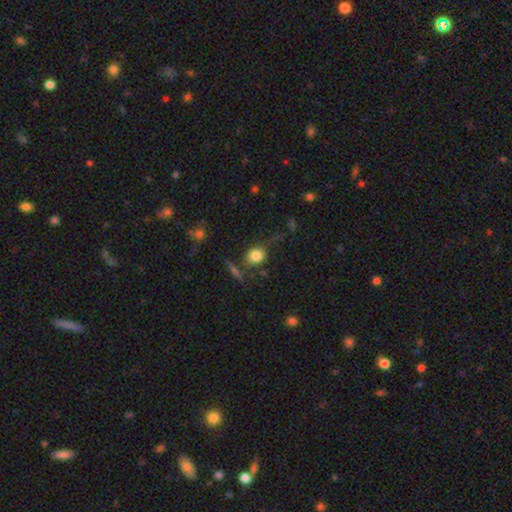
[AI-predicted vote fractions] smooth-or-featured: smooth: 76% | featured or disk: 12% | star or artifact: 11%
  how-rounded: round: 72% | in between: 26% | cigar-shaped: 2%
  merging: none: 62% | minor disturbance: 20% | major disturbance: 10% | merger: 8%